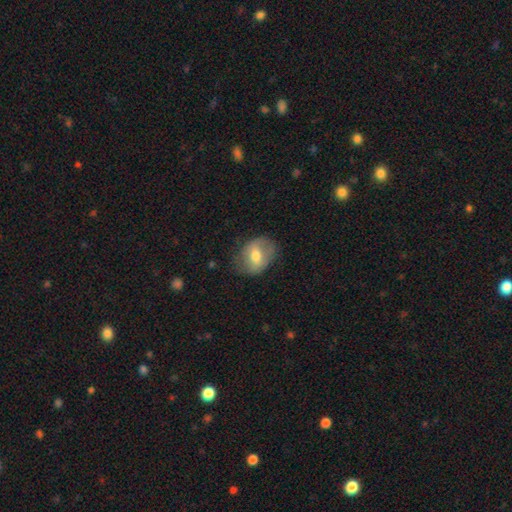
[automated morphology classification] Smooth or featured? Predicted: smooth (p=0.56). How rounded? Predicted: in between (p=0.62). Merging? Predicted: none (p=0.68).